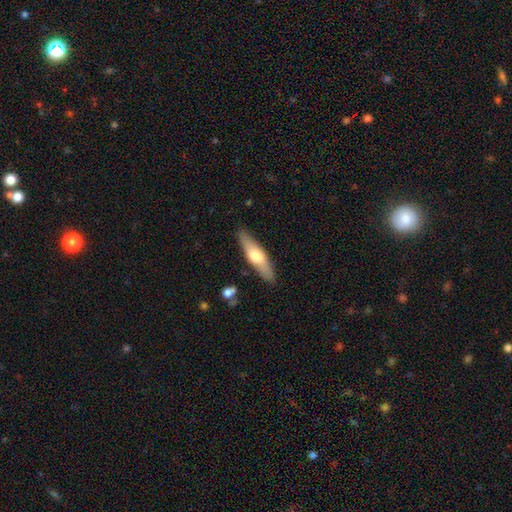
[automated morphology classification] Smooth or featured: smooth — 51% (featured or disk — 44%)
How rounded: cigar-shaped — 73% (in between — 25%)
Merging: none — 87% (minor disturbance — 9%)